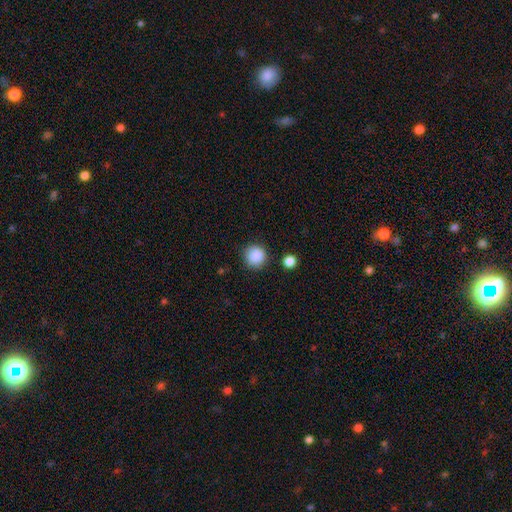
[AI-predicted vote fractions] A smooth galaxy with no disk features (88%) that is round (94%). Merging: none (87%).